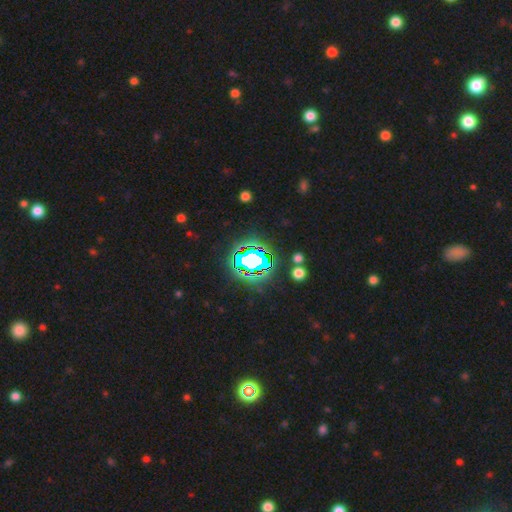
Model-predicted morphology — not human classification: Smooth or featured: star or artifact — 71% (smooth — 16%)